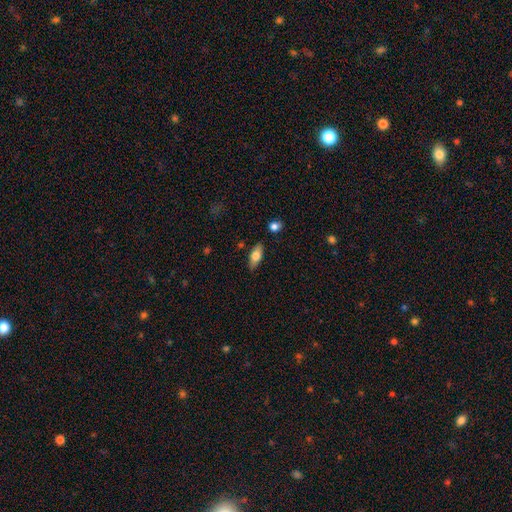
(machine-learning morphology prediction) This appears to be a smooth galaxy with no disk features (70%) that is in between round and cigar-shaped (78%). Merging: none (83%).